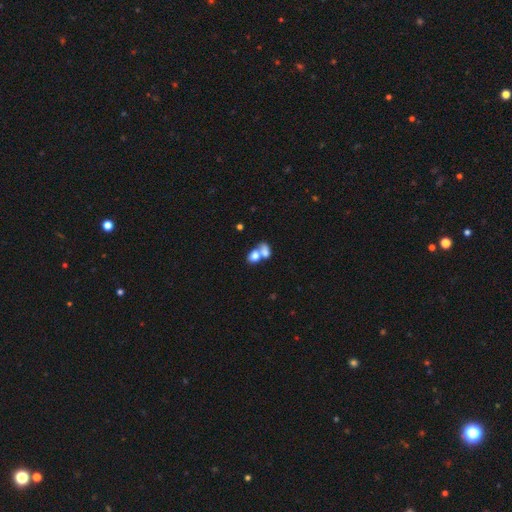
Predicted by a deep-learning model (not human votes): Smooth or featured? Predicted: smooth (p=0.75). How rounded? Predicted: in between (p=0.70). Merging? Predicted: merger (p=0.66).